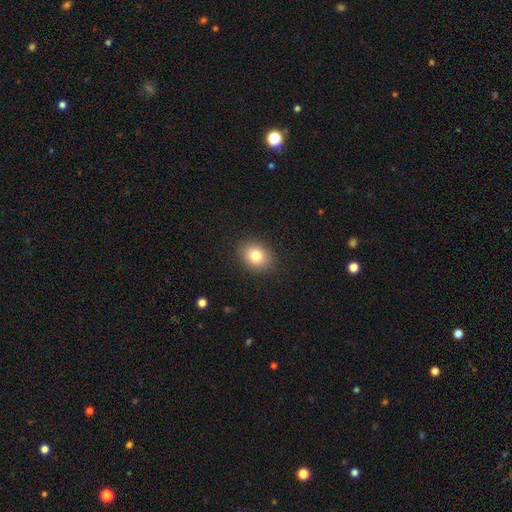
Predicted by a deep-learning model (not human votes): A smooth galaxy with no disk features (80%) that is in between round and cigar-shaped (59%).

Vote fractions:
- Smooth or featured? smooth: 80% / star or artifact: 10% / featured or disk: 10%
- How rounded? in between: 59% / round: 40% / cigar-shaped: 1%
- Merging? none: 88% / minor disturbance: 9% / major disturbance: 3% / merger: 1%